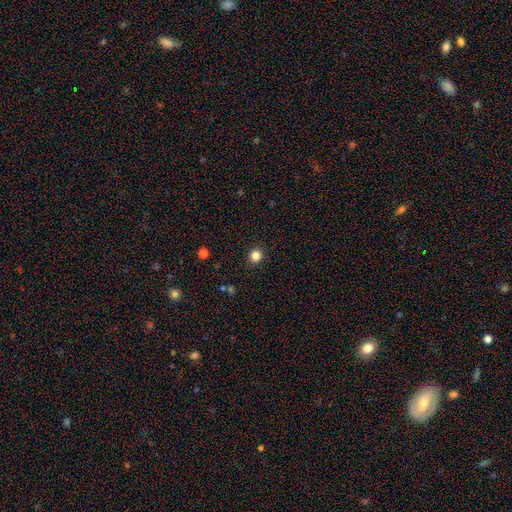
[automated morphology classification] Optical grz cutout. It shows a smooth galaxy with no disk features (83%) that is round (88%). Merging: none (92%).